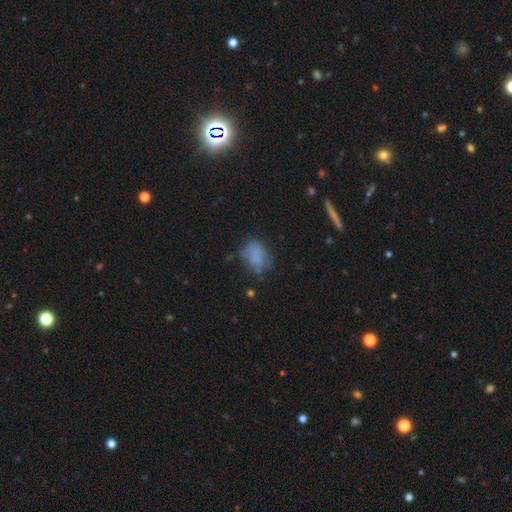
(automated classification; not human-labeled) The model was most divided on "merging": none: 51%, minor disturbance: 30%, major disturbance: 16%, merger: 4%. More confident: how rounded — in between (75%); smooth or featured — smooth (71%).